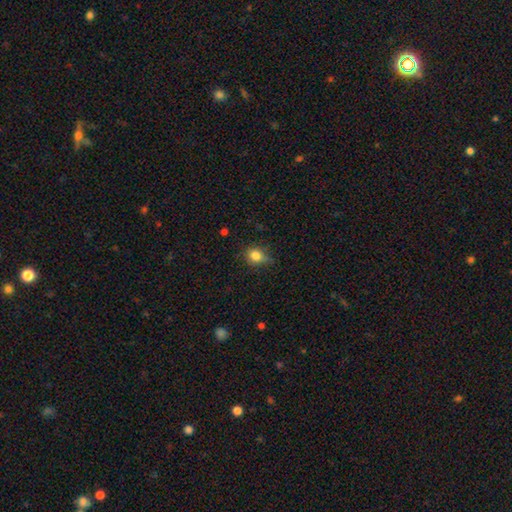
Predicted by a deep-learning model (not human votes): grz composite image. It shows a smooth galaxy with no disk features (81%) that is round (69%). Merging: none (68%).